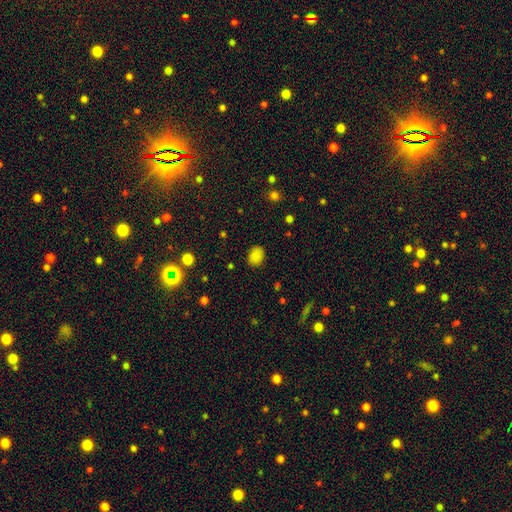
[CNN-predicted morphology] Q: Smooth or featured?
A: smooth (85%); runner-up: star or artifact (11%)
Q: How rounded?
A: in between (64%); runner-up: round (35%)
Q: Merging?
A: none (86%); runner-up: minor disturbance (10%)